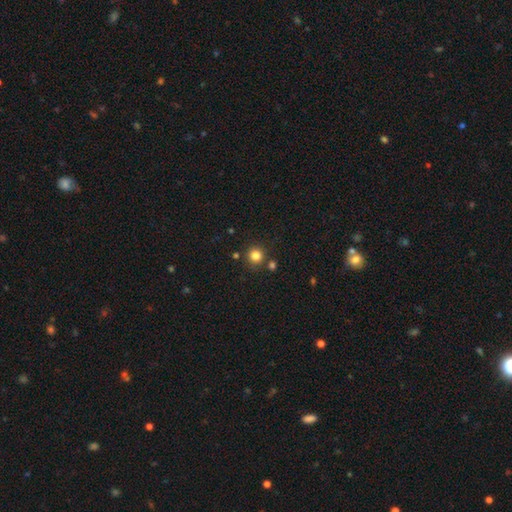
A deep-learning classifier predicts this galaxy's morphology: A smooth galaxy with no disk features (82%) that is round (94%).

Vote fractions:
- Smooth or featured? smooth: 82% / star or artifact: 13% / featured or disk: 5%
- How rounded? round: 94% / in between: 5% / cigar-shaped: 1%
- Merging? none: 84% / minor disturbance: 7% / merger: 7% / major disturbance: 2%